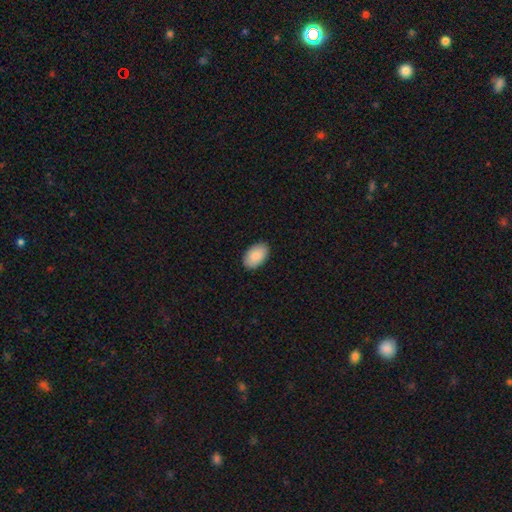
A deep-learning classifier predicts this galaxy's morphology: Smooth or featured: smooth — 90% (star or artifact — 6%)
How rounded: in between — 93% (round — 6%)
Merging: none — 89% (minor disturbance — 8%)